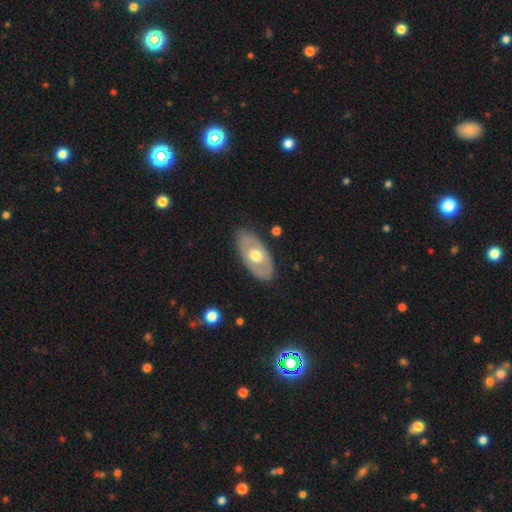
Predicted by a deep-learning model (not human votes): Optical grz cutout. It shows a featured or disk galaxy (49%). Merging: none (83%).